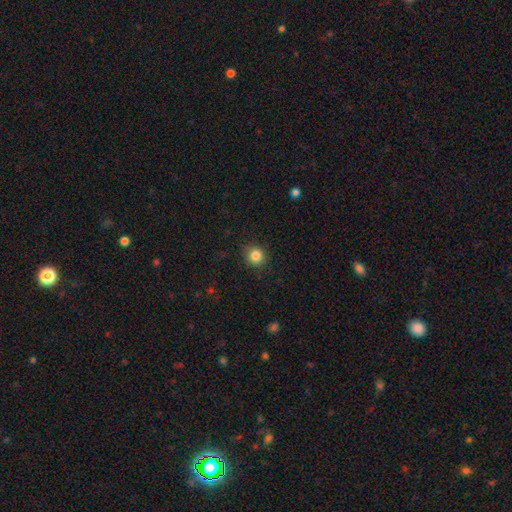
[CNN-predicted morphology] A smooth galaxy with no disk features (84%) that is round (89%).

Vote fractions:
- Smooth or featured? smooth: 84% / star or artifact: 11% / featured or disk: 5%
- How rounded? round: 89% / in between: 10% / cigar-shaped: 1%
- Merging? none: 89% / minor disturbance: 8% / major disturbance: 2% / merger: 1%